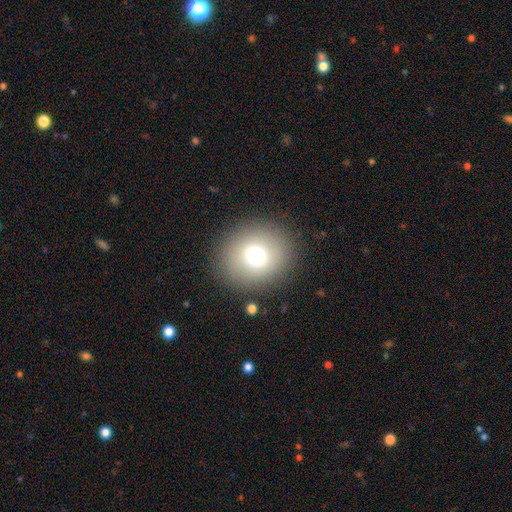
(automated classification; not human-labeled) This is likely a smooth galaxy (72%). How rounded: clearly round (85%). Merging: clearly none (89%).